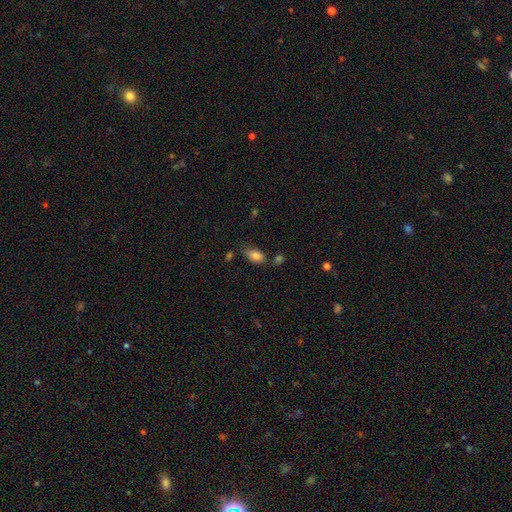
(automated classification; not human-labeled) Morphology: type=smooth (81%); roundness=in between (90%); merging=none (63%).